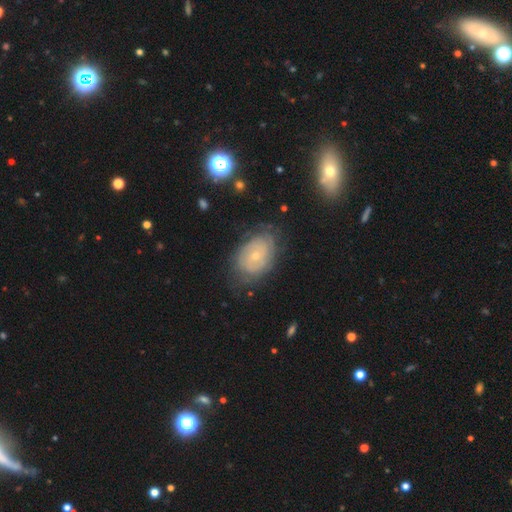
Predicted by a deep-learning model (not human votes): A featured or disk galaxy (67%) with no bar (78%), tight (73%) spiral arms (80%) and a small central bulge (73%). Merging: none (68%).